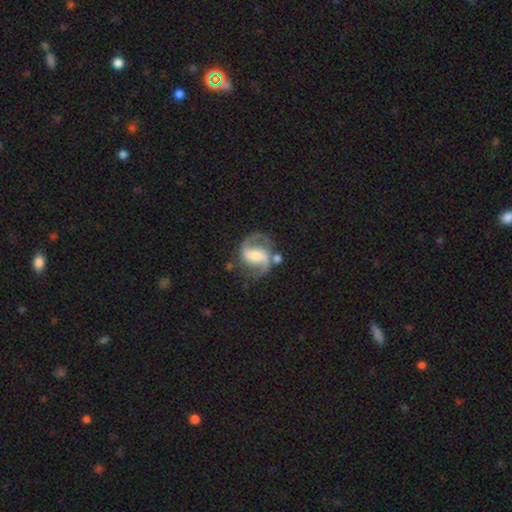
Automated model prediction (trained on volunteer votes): Morphology: type=featured or disk (88%); edge-on=no (98%); bar=weak (41%); spiral arms=yes (97%); winding=medium (52%); arm count=2 (93%); bulge=small (40%); merging=none (72%).